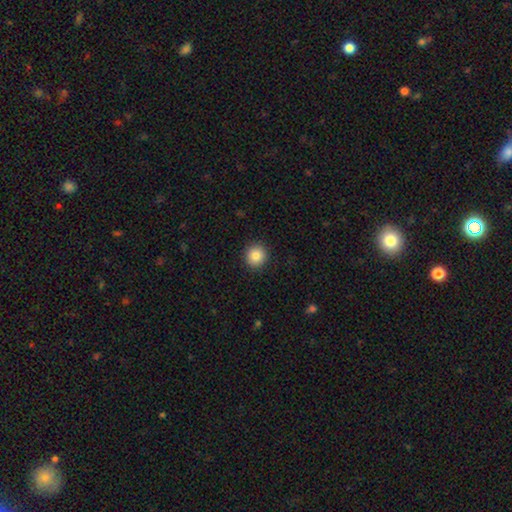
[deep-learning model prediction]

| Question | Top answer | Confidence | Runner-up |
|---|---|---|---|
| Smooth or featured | smooth | 85% | star or artifact (10%) |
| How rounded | round | 92% | in between (7%) |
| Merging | none | 92% | minor disturbance (5%) |